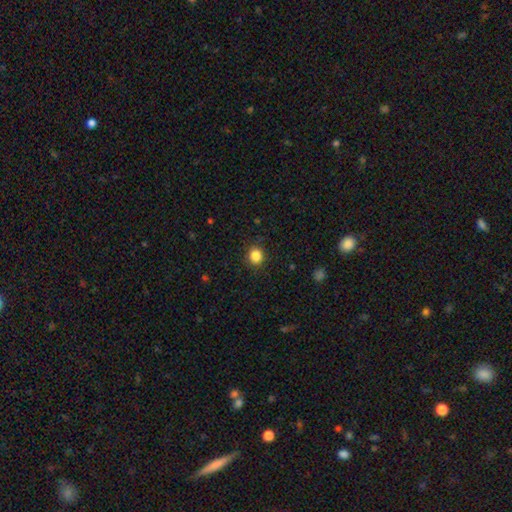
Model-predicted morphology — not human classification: This is clearly a smooth galaxy (86%). How rounded: clearly round (85%). Merging: clearly none (90%).